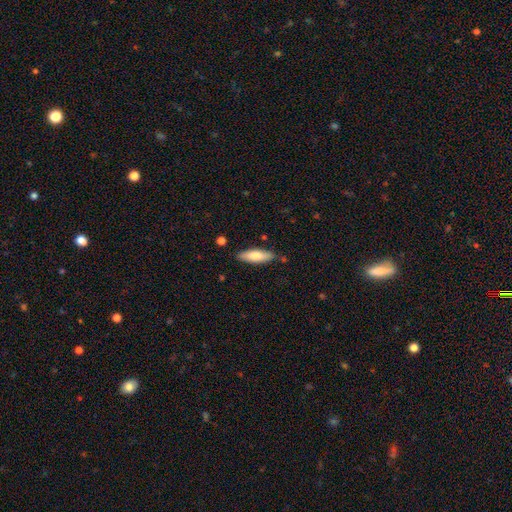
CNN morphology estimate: This appears to be a smooth galaxy with no disk features (78%) that is in between round and cigar-shaped (52%). Merging: none (80%).